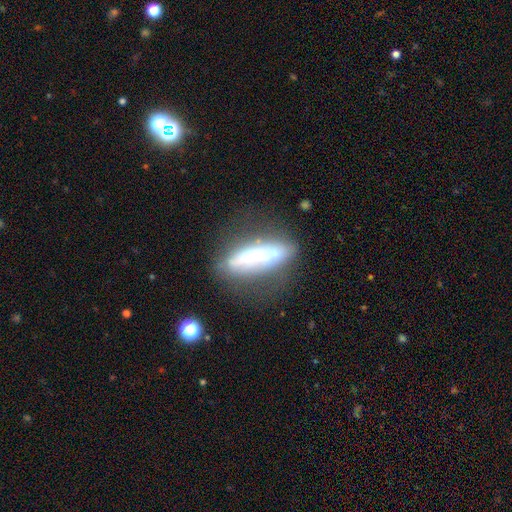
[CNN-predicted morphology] smooth-or-featured: featured or disk: 50% | smooth: 39% | star or artifact: 11%
  disk-edge-on: no: 60% | yes: 40%
  merging: none: 46% | minor disturbance: 22% | major disturbance: 19% | merger: 13%